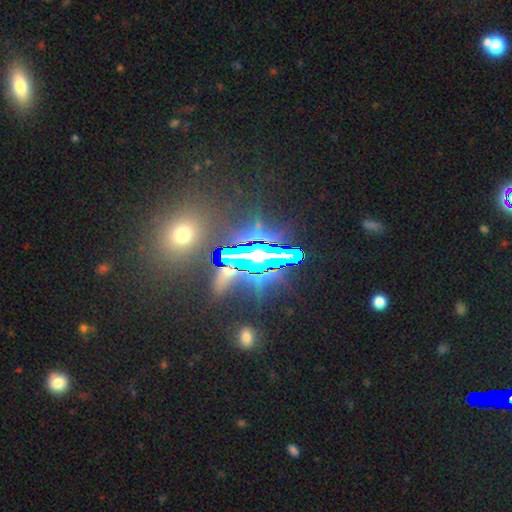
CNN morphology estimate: Smooth or featured? star or artifact (76%)